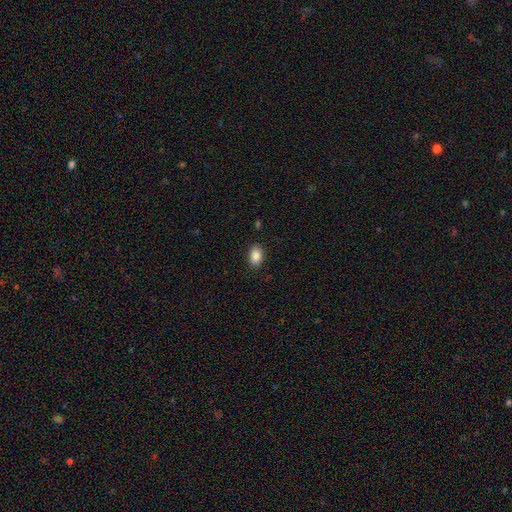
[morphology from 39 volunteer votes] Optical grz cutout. It shows a smooth galaxy with no disk features (95%) that is in between round and cigar-shaped (78%). Merging: none (87%).